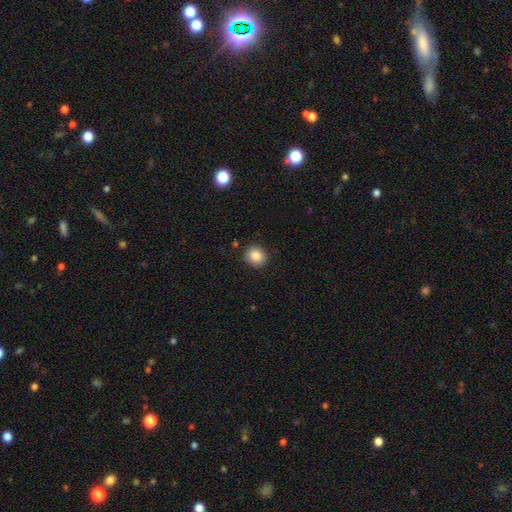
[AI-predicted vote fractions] A smooth galaxy with no disk features (87%) that is round (85%).

Vote fractions:
- Smooth or featured? smooth: 87% / star or artifact: 9% / featured or disk: 4%
- How rounded? round: 85% / in between: 14% / cigar-shaped: 1%
- Merging? none: 88% / minor disturbance: 8% / major disturbance: 2% / merger: 1%